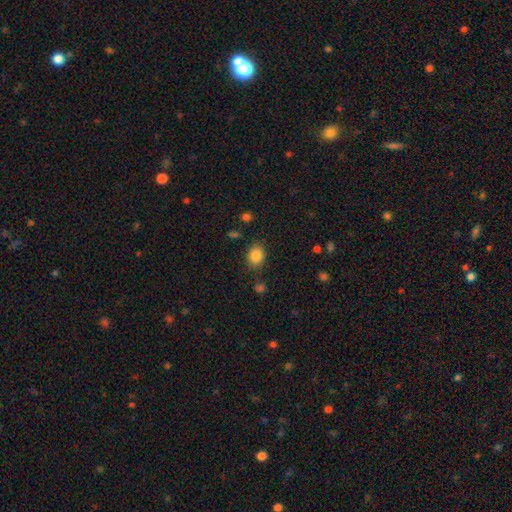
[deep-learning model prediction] Smooth or featured?
  - smooth: 85% *
  - star or artifact: 10%
  - featured or disk: 5%
How rounded?
  - round: 50% *
  - in between: 49%
  - cigar-shaped: 1%
Merging?
  - none: 80% *
  - minor disturbance: 13%
  - major disturbance: 4%
  - merger: 3%